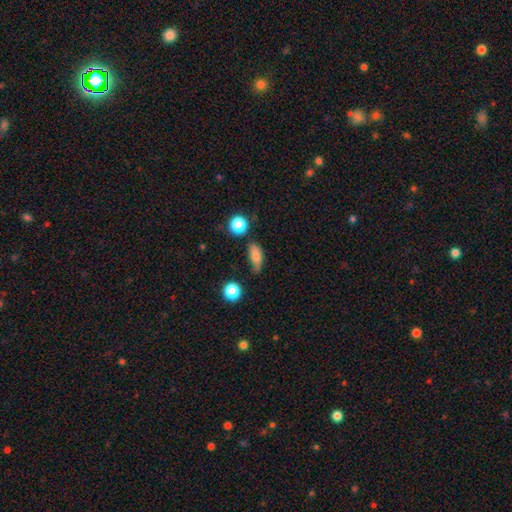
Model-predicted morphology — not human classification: Smooth or featured?
  - smooth: 78% *
  - star or artifact: 11%
  - featured or disk: 10%
How rounded?
  - in between: 74% *
  - cigar-shaped: 15%
  - round: 12%
Merging?
  - none: 55% *
  - minor disturbance: 32%
  - major disturbance: 9%
  - merger: 4%